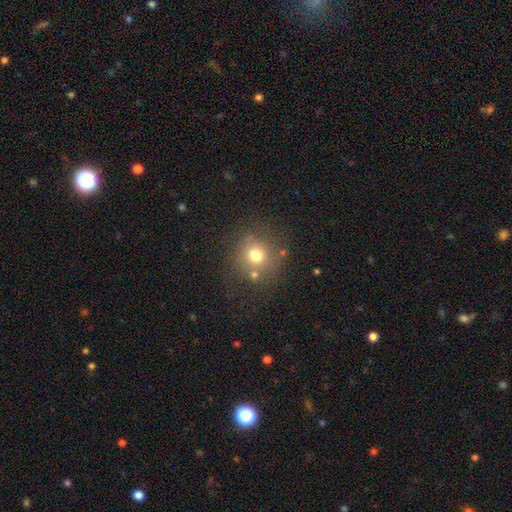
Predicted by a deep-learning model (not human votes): Smooth or featured? smooth (71%)
How rounded? round (85%)
Merging? none (68%)